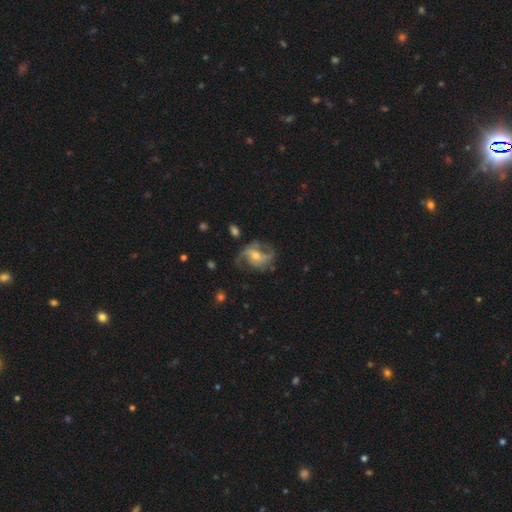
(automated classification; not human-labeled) The model was most divided on "bar": weak: 41%, no: 38%, strong: 20%. Remaining: edge-on disk — no (97%); spiral arms — yes (95%); smooth or featured — featured or disk (85%); spiral arm count — 2 (76%); merging — none (63%); bulge size — moderate (55%); spiral winding — loose (46%).